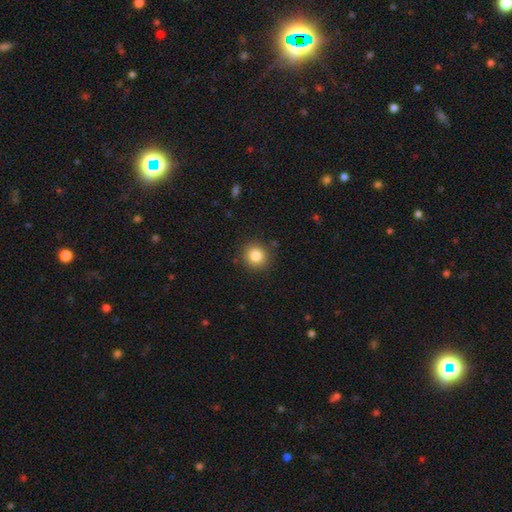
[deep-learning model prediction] A smooth galaxy with no disk features (83%) that is round (92%). Merging: none (89%).